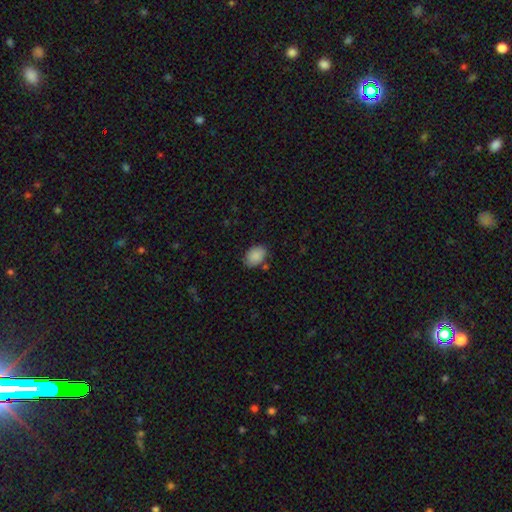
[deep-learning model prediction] Smooth or featured: smooth — 88% (star or artifact — 7%)
How rounded: in between — 82% (round — 17%)
Merging: none — 76% (minor disturbance — 17%)